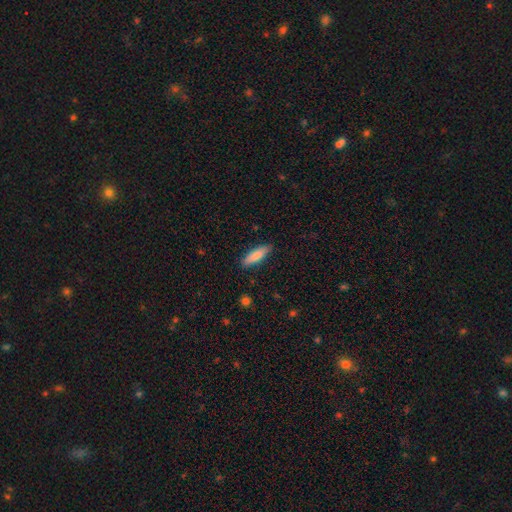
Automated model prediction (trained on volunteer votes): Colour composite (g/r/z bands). It shows a smooth galaxy with no disk features (84%) that is cigar-shaped (58%). Merging: none (87%).